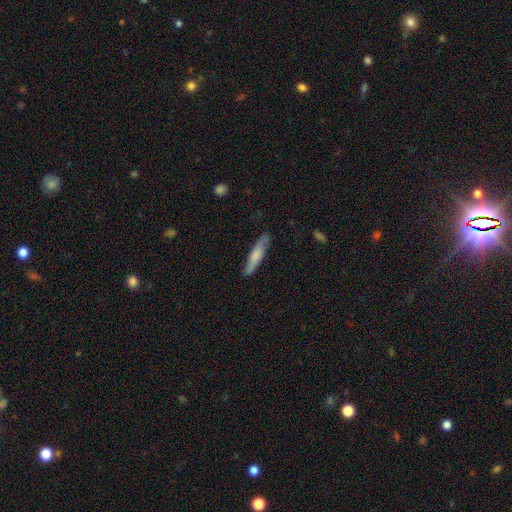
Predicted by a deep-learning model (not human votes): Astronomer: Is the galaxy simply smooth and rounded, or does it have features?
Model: smooth — 58% (runner-up: featured or disk, 36%).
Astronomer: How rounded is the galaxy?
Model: cigar-shaped — 86%.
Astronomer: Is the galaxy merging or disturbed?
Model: none — 81%.